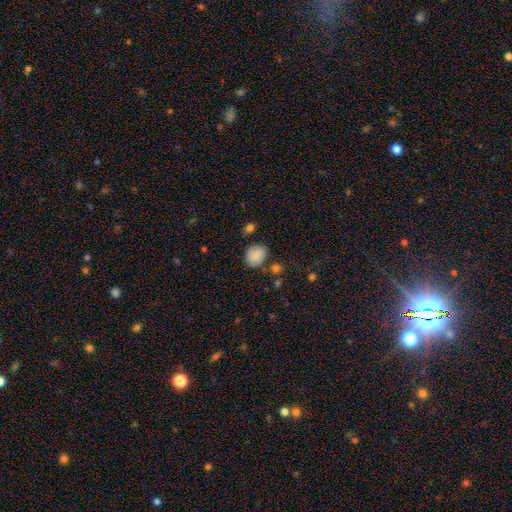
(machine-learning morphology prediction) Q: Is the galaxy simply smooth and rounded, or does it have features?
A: smooth — 85%.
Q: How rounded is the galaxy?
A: round — 66%.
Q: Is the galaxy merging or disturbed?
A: none — 70%.